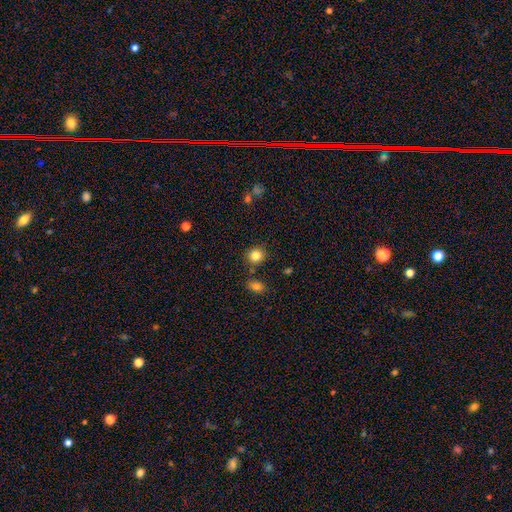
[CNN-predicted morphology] This appears to be a smooth galaxy with no disk features (84%) that is round (83%). Merging: none (82%).